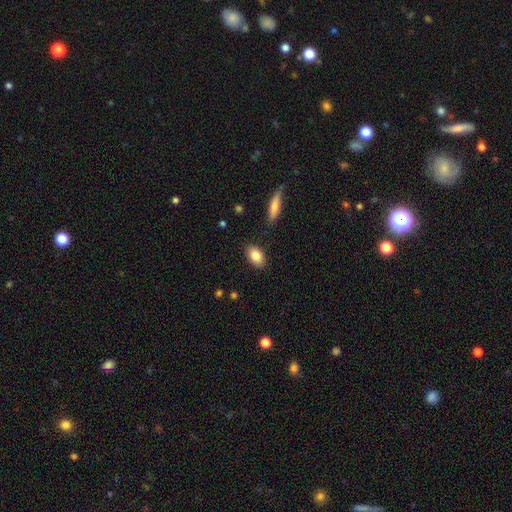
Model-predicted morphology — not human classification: smooth 85%, featured or disk 9%, star or artifact 7%. Down the decision tree: how rounded — in between (91%); merging — none (87%).